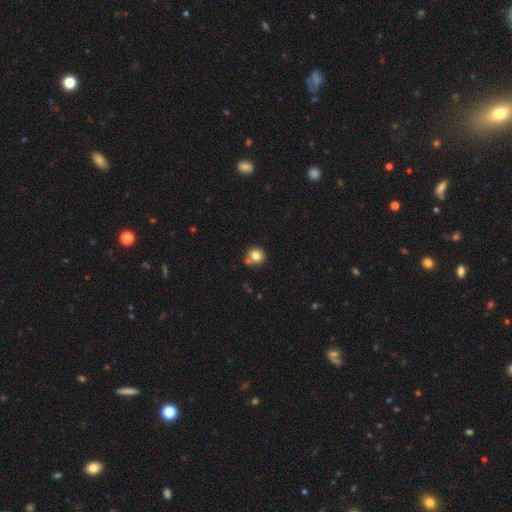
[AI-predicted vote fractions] Smooth or featured? smooth (80%)
How rounded? round (90%)
Merging? none (70%)